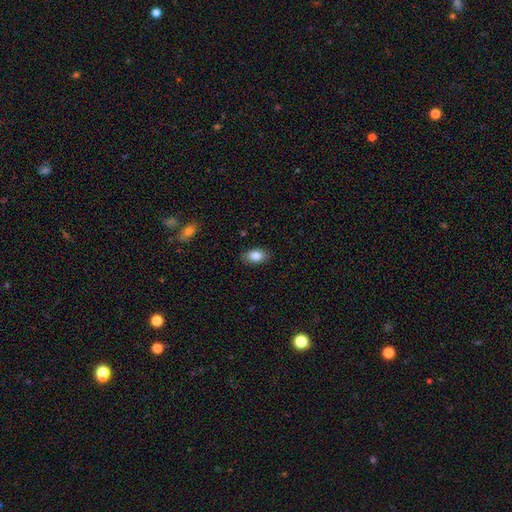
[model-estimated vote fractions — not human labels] The model was most divided on "merging": none: 87%, minor disturbance: 9%, major disturbance: 2%, merger: 1%. More confident: how rounded — in between (90%); smooth or featured — smooth (86%).